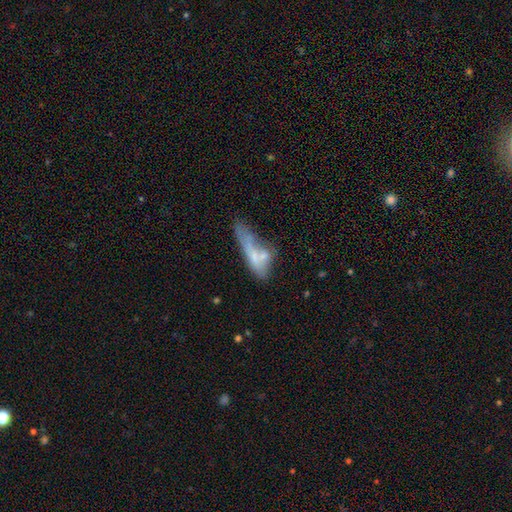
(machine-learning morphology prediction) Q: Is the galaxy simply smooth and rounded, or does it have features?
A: smooth — 55%.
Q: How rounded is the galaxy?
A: cigar-shaped — 53%.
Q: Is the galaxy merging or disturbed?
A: merger — 32%.